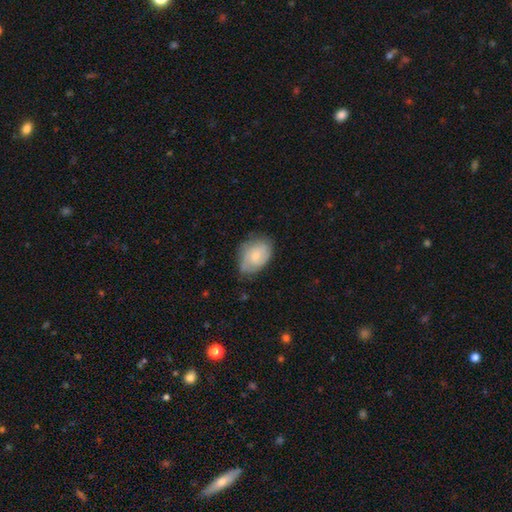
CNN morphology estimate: Smooth or featured? featured or disk (49%)
Merging? none (60%)